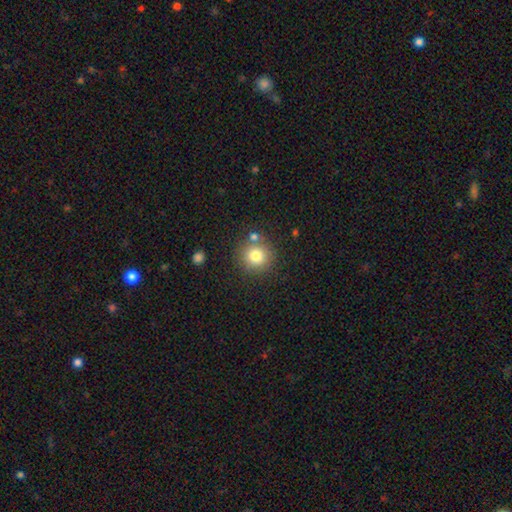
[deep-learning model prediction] smooth-or-featured: smooth: 79% | star or artifact: 12% | featured or disk: 9%
  how-rounded: round: 93% | in between: 6% | cigar-shaped: 1%
  merging: none: 78% | merger: 11% | minor disturbance: 9% | major disturbance: 3%